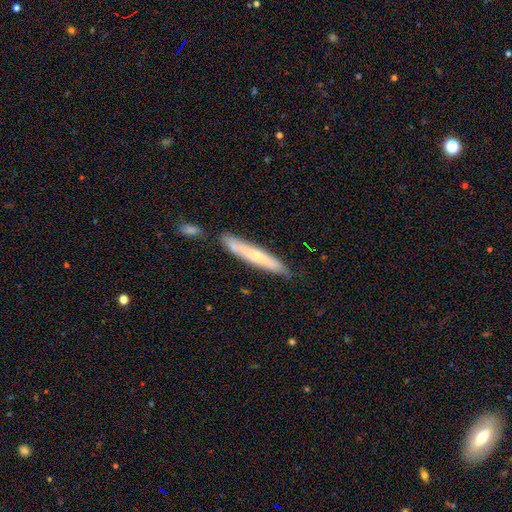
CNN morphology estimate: type=smooth (53%); roundness=cigar-shaped (93%); merging=none (73%).